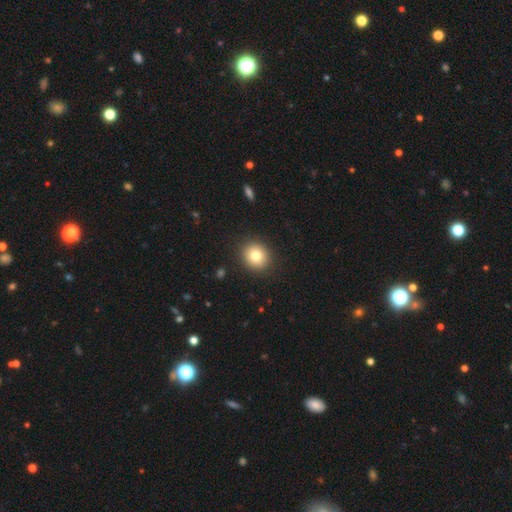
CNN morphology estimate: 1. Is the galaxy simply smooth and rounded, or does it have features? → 80% smooth, 10% star or artifact, 9% featured or disk.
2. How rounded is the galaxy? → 85% round, 14% in between, 1% cigar-shaped.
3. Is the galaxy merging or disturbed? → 90% none, 6% minor disturbance, 2% major disturbance, 1% merger.